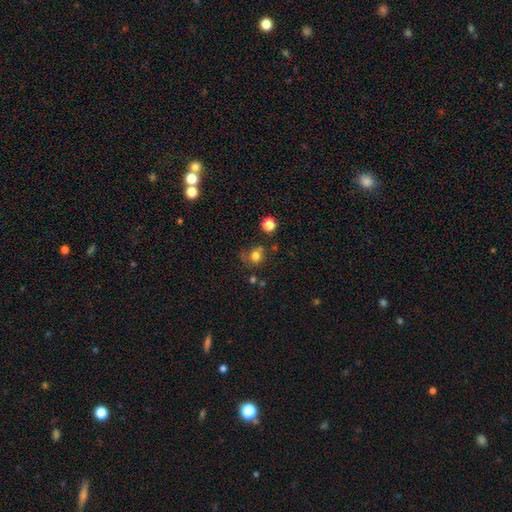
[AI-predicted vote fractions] smooth-or-featured: smooth: 76% | star or artifact: 14% | featured or disk: 10%
  how-rounded: round: 78% | in between: 21% | cigar-shaped: 1%
  merging: none: 55% | minor disturbance: 22% | major disturbance: 12% | merger: 11%